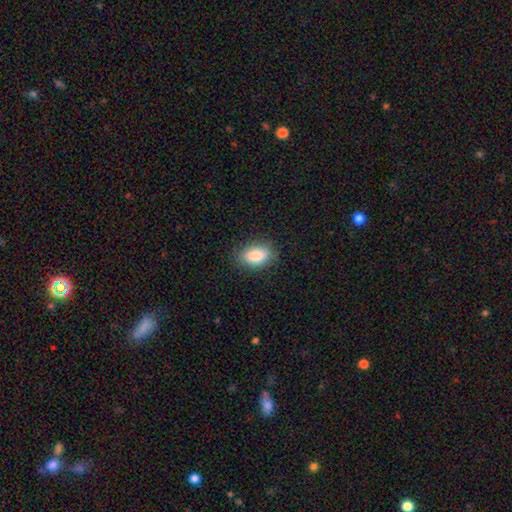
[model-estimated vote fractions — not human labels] A smooth galaxy with no disk features (84%) that is in between round and cigar-shaped (86%). Merging: none (84%).